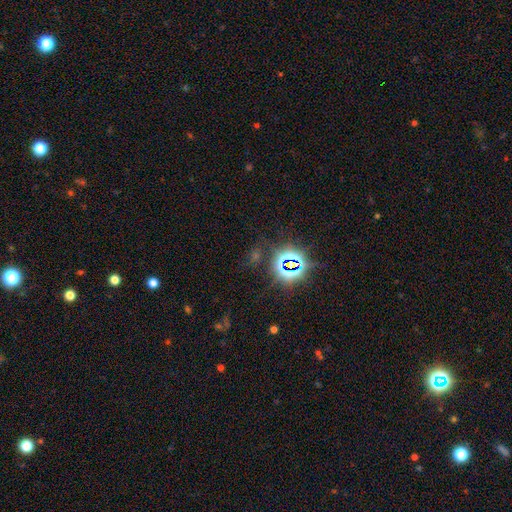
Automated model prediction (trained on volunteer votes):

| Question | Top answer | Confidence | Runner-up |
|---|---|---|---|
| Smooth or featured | star or artifact | 77% | smooth (13%) |